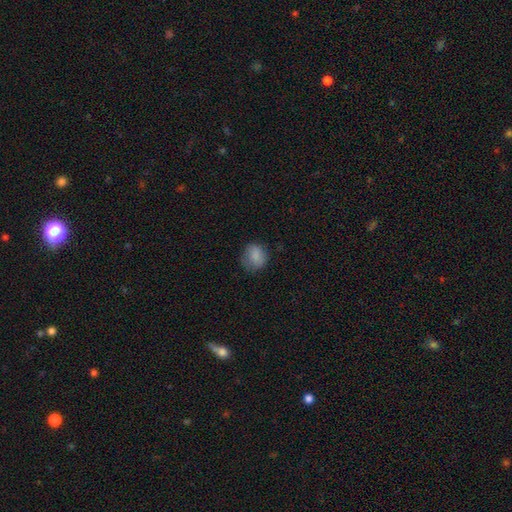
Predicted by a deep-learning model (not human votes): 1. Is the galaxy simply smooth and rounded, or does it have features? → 83% smooth, 9% star or artifact, 8% featured or disk.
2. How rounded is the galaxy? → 72% round, 27% in between, 1% cigar-shaped.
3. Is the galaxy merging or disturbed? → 70% none, 22% minor disturbance, 7% major disturbance, 1% merger.